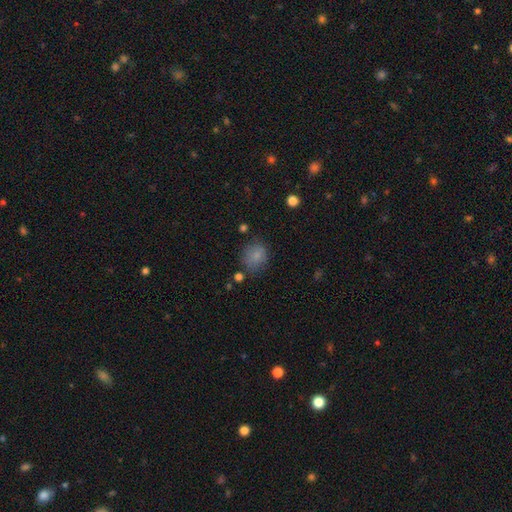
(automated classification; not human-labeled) This is likely a smooth galaxy (78%). How rounded: likely round (64%). Merging: likely none (67%).